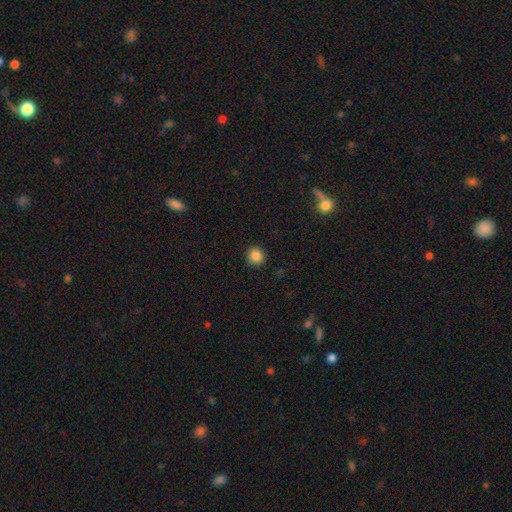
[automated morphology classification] The model was most divided on "how rounded": round: 87%, in between: 12%, cigar-shaped: 1%. More confident: merging — none (89%); smooth or featured — smooth (86%).